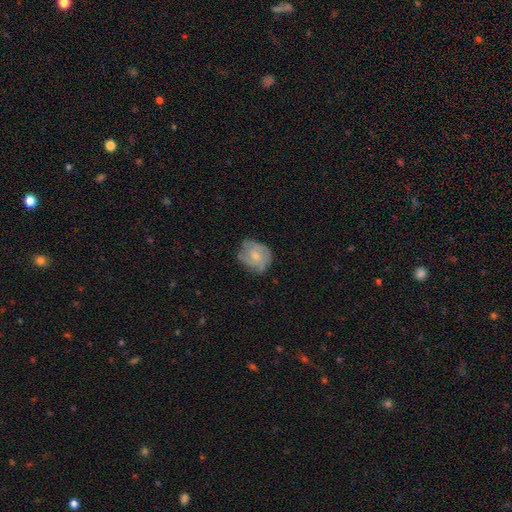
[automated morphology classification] This appears to be a featured or disk galaxy (56%) with no bar (64%), spiral arms (77%) and a moderate central bulge (47%). Merging: none (62%).